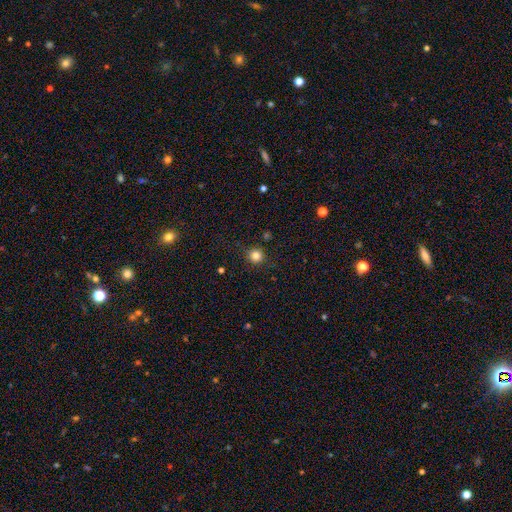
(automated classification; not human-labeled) A smooth galaxy with no disk features (82%) that is round (95%). Merging: none (88%).